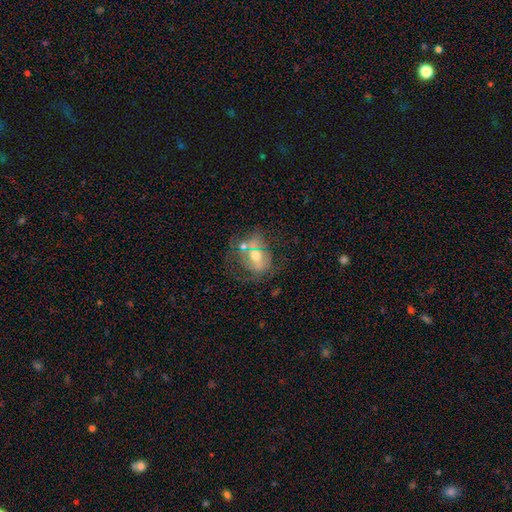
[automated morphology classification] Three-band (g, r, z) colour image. It shows a featured or disk galaxy (58%) with no bar (48%), no spiral arms (53%) and a moderate central bulge (67%). Merging: none (41%).